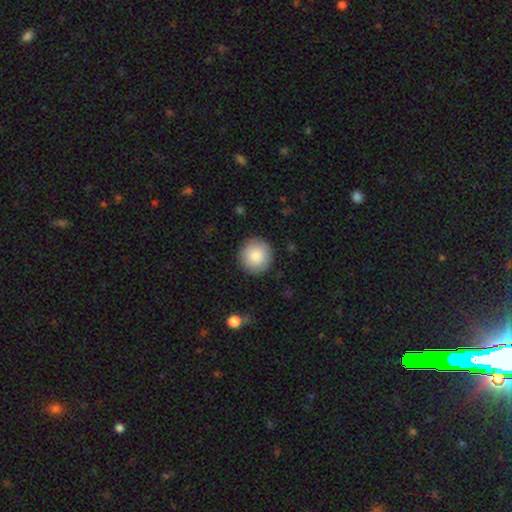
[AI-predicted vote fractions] smooth_or_featured: smooth (p=0.86) [alt: featured or disk p=0.07]
how_rounded: round (p=0.95) [alt: in between p=0.04]
merging: none (p=0.90) [alt: minor disturbance p=0.07]